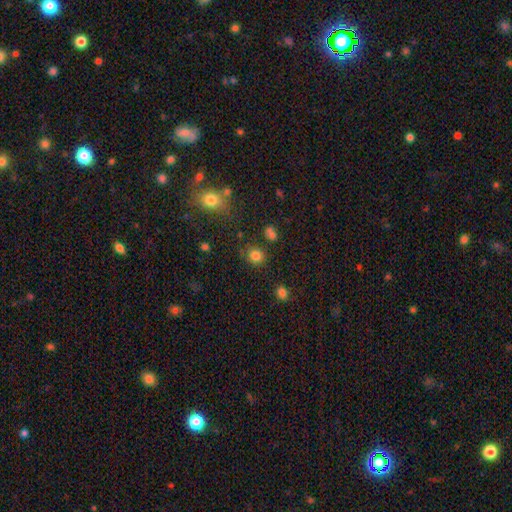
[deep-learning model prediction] Smooth or featured: smooth — 81% (star or artifact — 14%)
How rounded: round — 77% (in between — 22%)
Merging: none — 76% (minor disturbance — 13%)